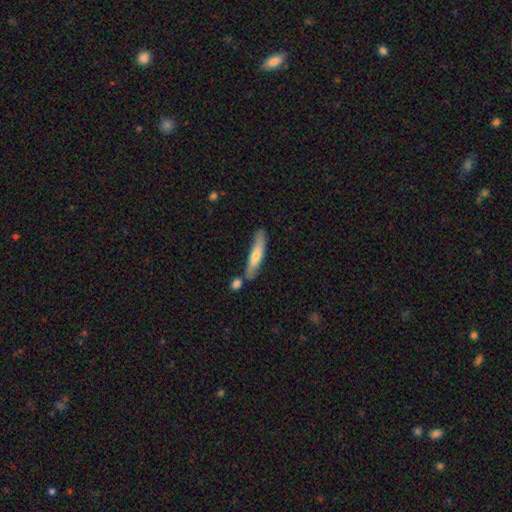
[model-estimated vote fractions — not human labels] smooth-or-featured: smooth: 55% | featured or disk: 39% | star or artifact: 6%
  how-rounded: cigar-shaped: 87% | in between: 12% | round: 2%
  merging: none: 70% | minor disturbance: 15% | merger: 11% | major disturbance: 3%